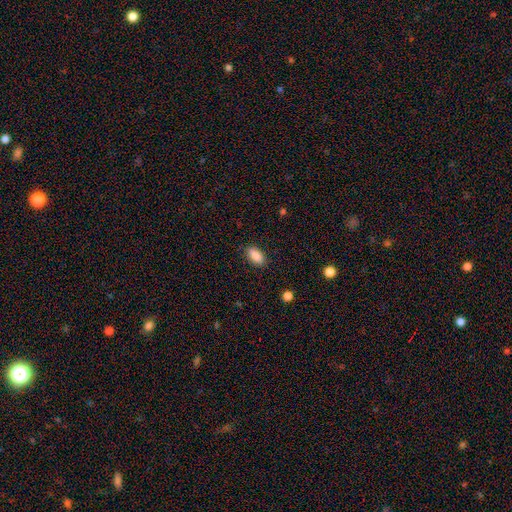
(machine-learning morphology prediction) Overall: smooth (88%). How rounded: in between (91%). Merging: none (88%).